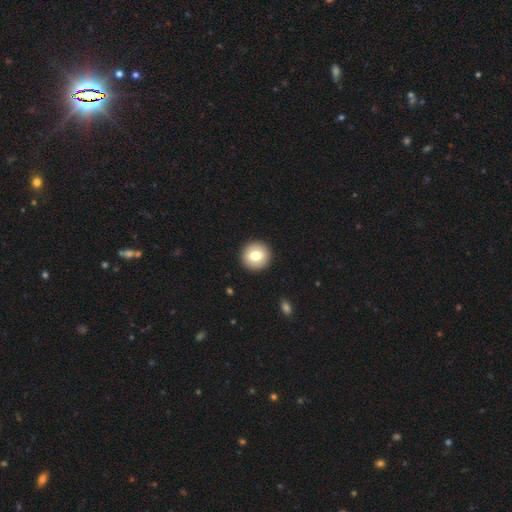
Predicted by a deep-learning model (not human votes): Q: Smooth or featured?
A: smooth (77%); runner-up: featured or disk (15%)
Q: How rounded?
A: round (94%); runner-up: in between (5%)
Q: Merging?
A: none (93%); runner-up: minor disturbance (5%)